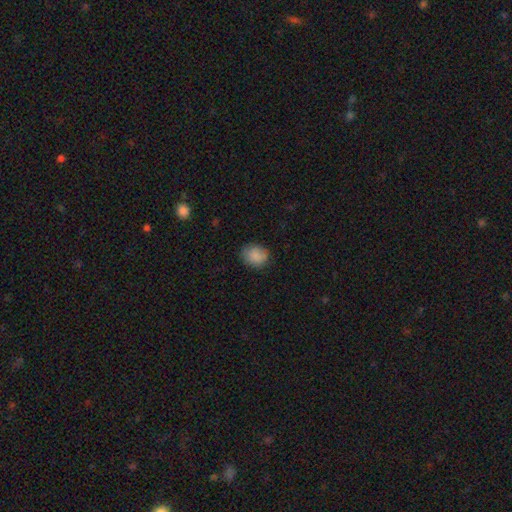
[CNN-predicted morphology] This appears to be a smooth galaxy with no disk features (86%) that is round (56%). Merging: none (82%).